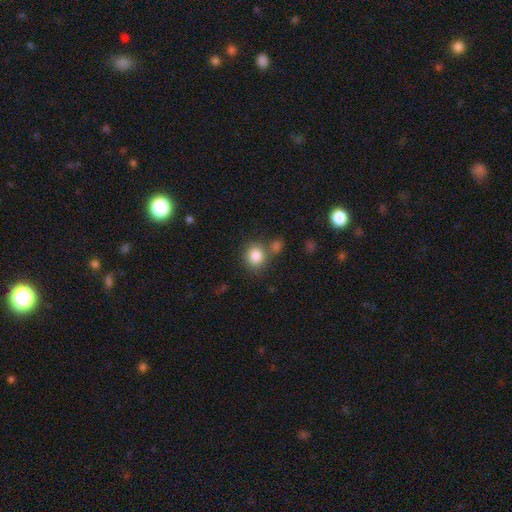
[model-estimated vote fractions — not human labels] smooth_or_featured: smooth (p=0.84) [alt: star or artifact p=0.10]
how_rounded: round (p=0.82) [alt: in between p=0.17]
merging: none (p=0.66) [alt: merger p=0.19]